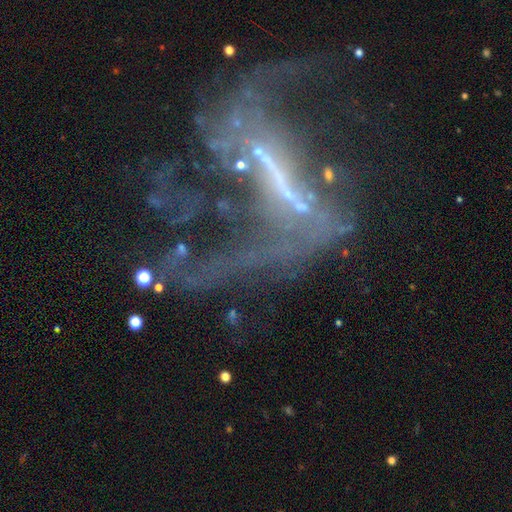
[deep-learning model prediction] Smooth or featured: featured or disk — 80% (star or artifact — 13%)
Edge-on disk: no — 90% (yes — 10%)
Bar: strong — 64% (weak — 22%)
Spiral arms: yes — 74% (no — 26%)
Spiral winding: loose — 80% (medium — 14%)
Spiral arm count: 2 — 72% (1 — 10%)
Bulge size: none — 49% (small — 30%)
Merging: major disturbance — 45% (none — 31%)